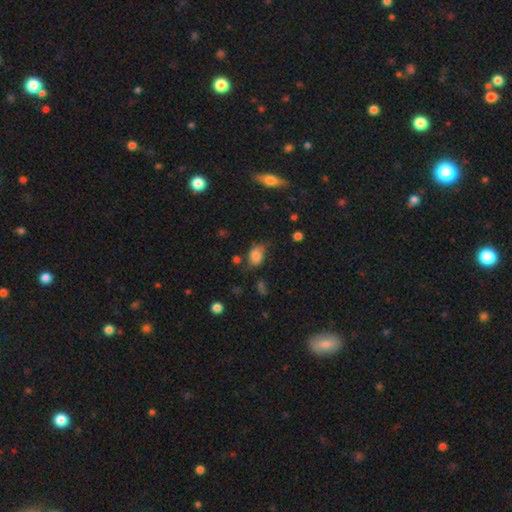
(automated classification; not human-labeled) Smooth or featured?
  - smooth: 77% *
  - featured or disk: 12%
  - star or artifact: 11%
How rounded?
  - in between: 79% *
  - round: 20%
  - cigar-shaped: 2%
Merging?
  - none: 48% *
  - minor disturbance: 35%
  - major disturbance: 13%
  - merger: 4%